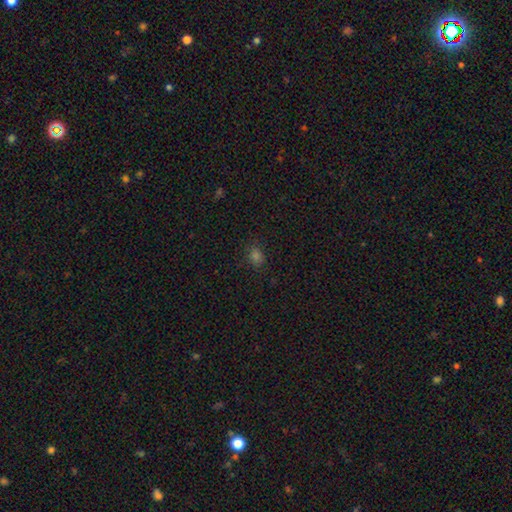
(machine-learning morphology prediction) Smooth or featured?
  - smooth: 74% *
  - star or artifact: 21%
  - featured or disk: 5%
How rounded?
  - round: 51% *
  - in between: 48%
  - cigar-shaped: 1%
Merging?
  - none: 85% *
  - minor disturbance: 11%
  - major disturbance: 3%
  - merger: 1%